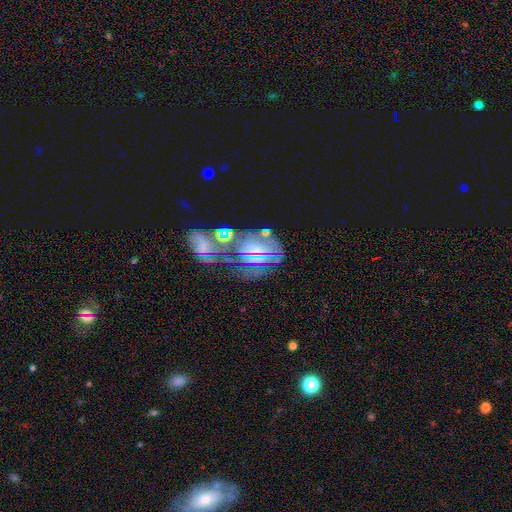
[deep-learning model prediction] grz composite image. It shows a featured or disk galaxy (56%) with no bar (57%), spiral arms (66%) and a small central bulge (45%). Merging: none (41%).